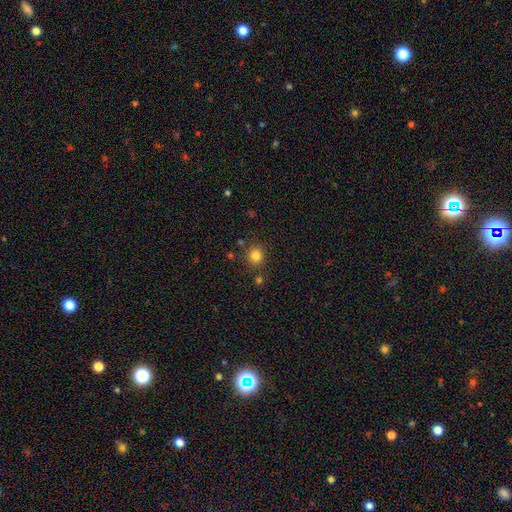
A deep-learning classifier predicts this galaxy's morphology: Q: Smooth or featured?
A: smooth (82%); runner-up: star or artifact (13%)
Q: How rounded?
A: round (88%); runner-up: in between (11%)
Q: Merging?
A: none (83%); runner-up: minor disturbance (9%)